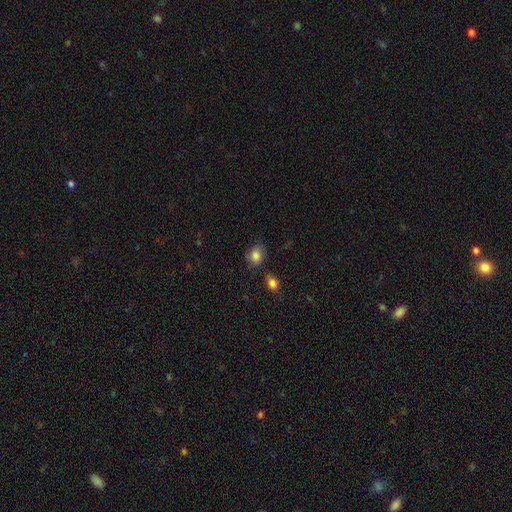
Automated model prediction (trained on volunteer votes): smooth-or-featured: smooth: 83% | star or artifact: 10% | featured or disk: 8%
  how-rounded: in between: 53% | round: 46% | cigar-shaped: 1%
  merging: none: 68% | minor disturbance: 21% | major disturbance: 6% | merger: 5%